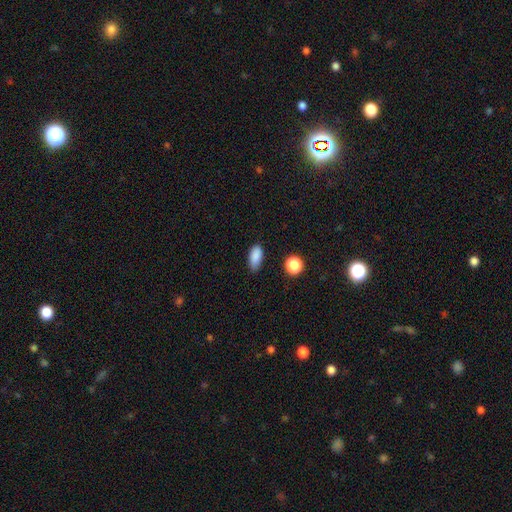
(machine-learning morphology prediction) This appears to be a smooth galaxy with no disk features (86%) that is in between round and cigar-shaped (87%). Merging: none (74%).